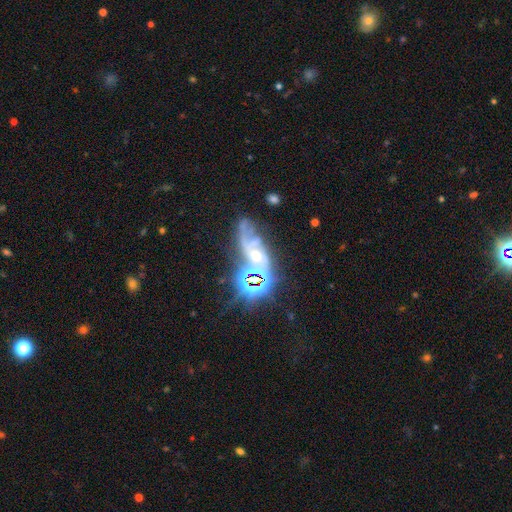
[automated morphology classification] Smooth or featured?
  - featured or disk: 52% *
  - star or artifact: 34%
  - smooth: 14%
Edge-on disk?
  - no: 88% *
  - yes: 12%
Merging?
  - none: 40% *
  - major disturbance: 22%
  - merger: 19%
  - minor disturbance: 18%